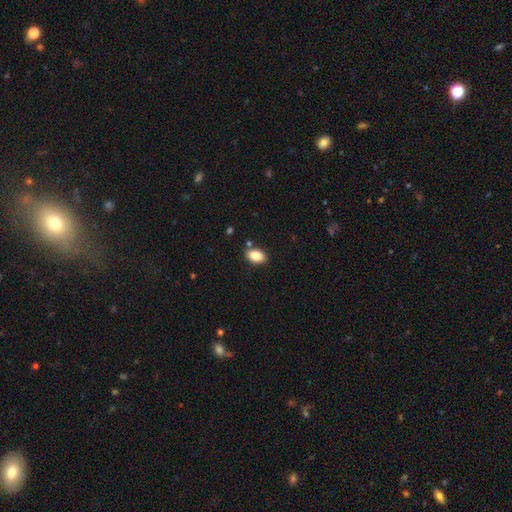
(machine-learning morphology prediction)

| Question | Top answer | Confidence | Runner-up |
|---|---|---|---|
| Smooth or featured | smooth | 85% | star or artifact (8%) |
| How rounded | in between | 88% | round (11%) |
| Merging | none | 83% | minor disturbance (10%) |